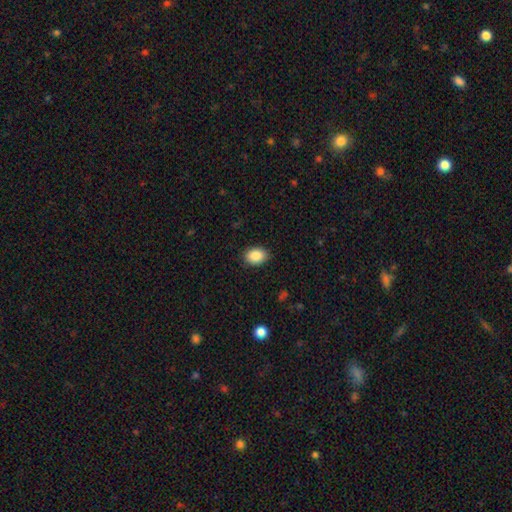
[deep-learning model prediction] This is clearly a smooth galaxy (90%). How rounded: likely in between (77%). Merging: clearly none (87%).